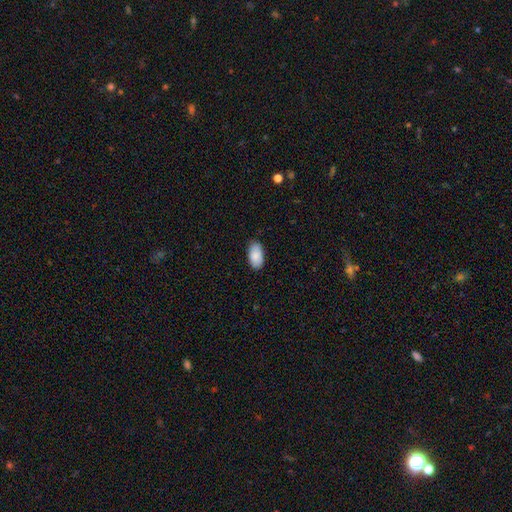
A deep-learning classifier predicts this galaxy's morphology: A smooth galaxy with no disk features (87%) that is in between round and cigar-shaped (95%). Merging: none (84%).